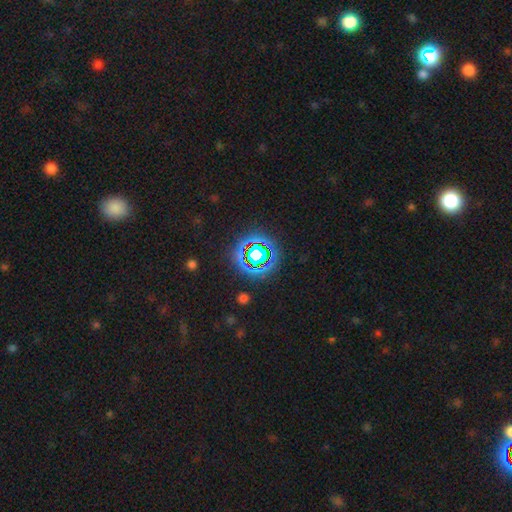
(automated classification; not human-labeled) The model was most divided on "smooth or featured": star or artifact: 69%, smooth: 19%, featured or disk: 12%.